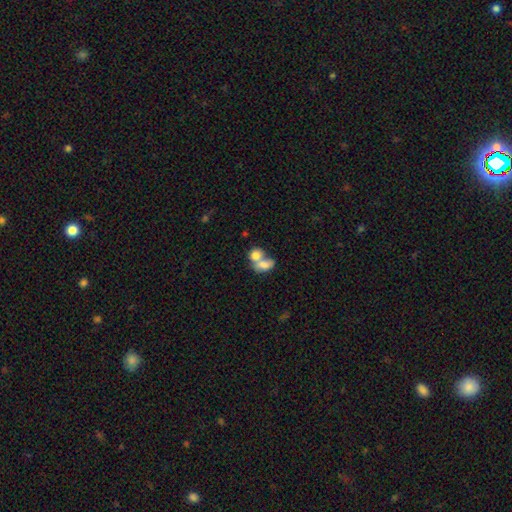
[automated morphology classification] Smooth or featured? smooth (76%)
How rounded? in between (61%)
Merging? merger (71%)